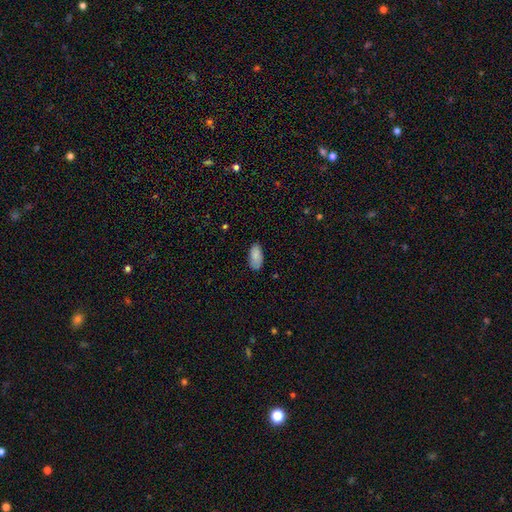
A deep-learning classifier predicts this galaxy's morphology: Smooth or featured: smooth — 87% (star or artifact — 7%)
How rounded: in between — 94% (cigar-shaped — 4%)
Merging: none — 77% (minor disturbance — 19%)